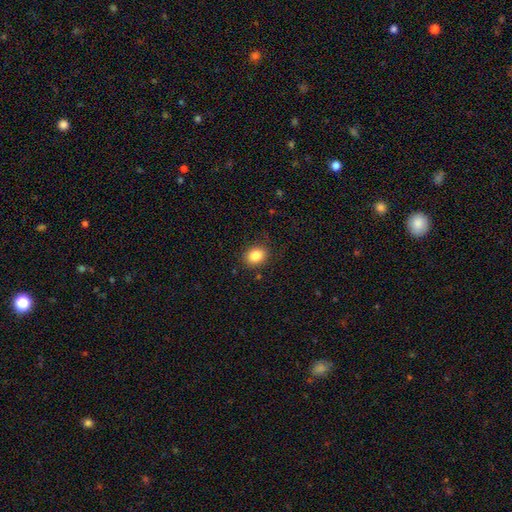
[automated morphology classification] This is clearly a smooth galaxy (85%). How rounded: possibly in between (56%). Merging: clearly none (86%).